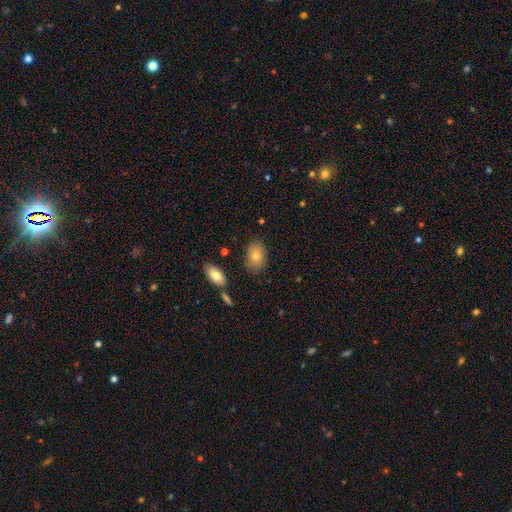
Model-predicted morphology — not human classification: type=smooth (77%); roundness=in between (87%); merging=none (82%).